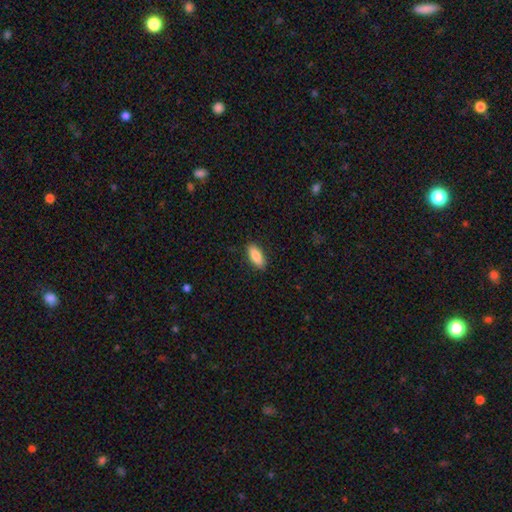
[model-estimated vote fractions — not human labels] The model was most divided on "how rounded": in between: 80%, cigar-shaped: 17%, round: 2%. More confident: merging — none (89%); smooth or featured — smooth (85%).